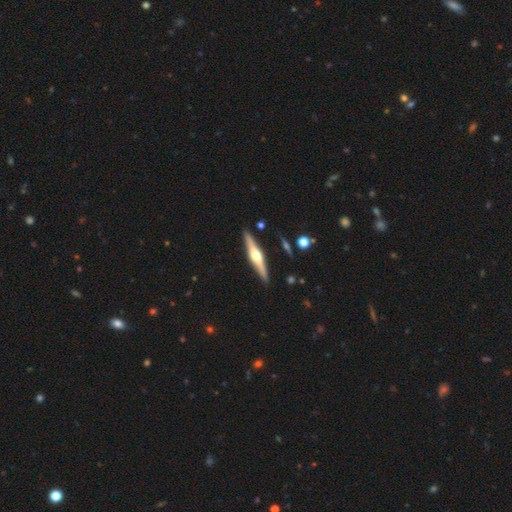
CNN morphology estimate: type=featured or disk (74%); edge-on=yes (98%); edge-on bulge=rounded (91%); merging=none (91%).